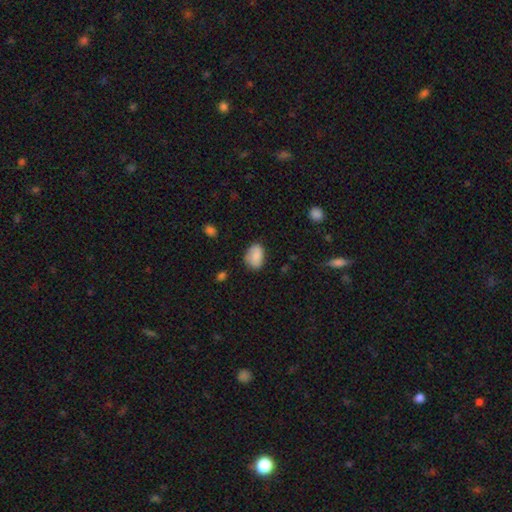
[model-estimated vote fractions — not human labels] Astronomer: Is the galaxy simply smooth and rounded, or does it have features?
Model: smooth — 83%.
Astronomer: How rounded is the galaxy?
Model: in between — 85%.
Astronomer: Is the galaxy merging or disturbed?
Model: none — 71%.